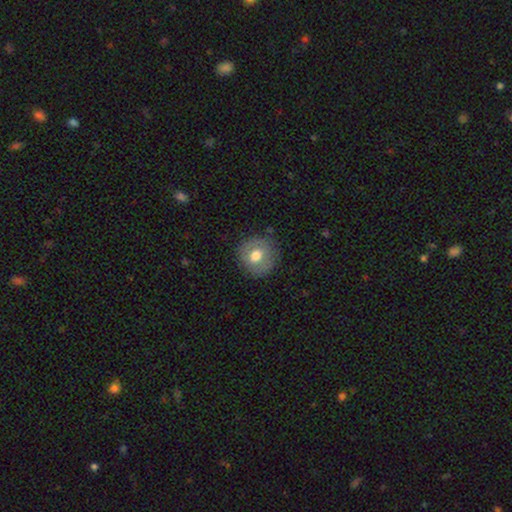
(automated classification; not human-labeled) The model was most divided on "smooth or featured": smooth: 66%, featured or disk: 26%, star or artifact: 8%. More confident: how rounded — round (89%); merging — none (82%).